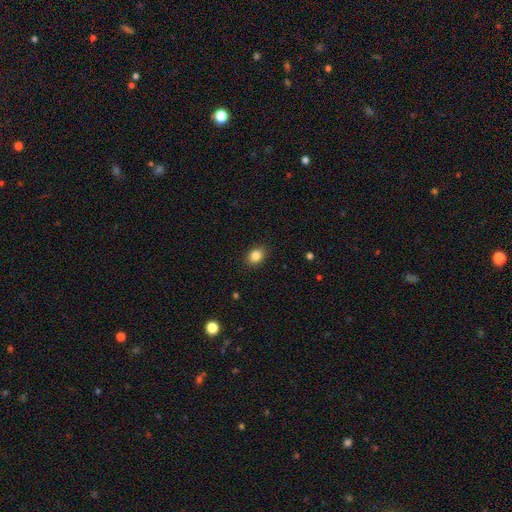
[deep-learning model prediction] Smooth or featured? Predicted: smooth (p=0.86). How rounded? Predicted: in between (p=0.61). Merging? Predicted: none (p=0.89).